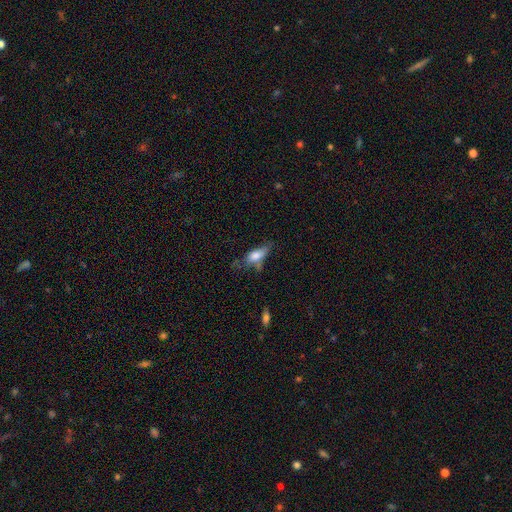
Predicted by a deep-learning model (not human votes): Overall: smooth (69%). How rounded: in between (73%). Merging: none (35%; minor disturbance 31%).